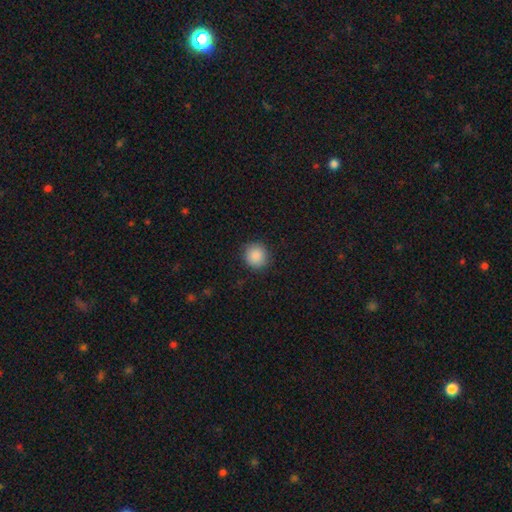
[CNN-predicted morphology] smooth_or_featured: smooth (p=0.89) [alt: star or artifact p=0.08]
how_rounded: round (p=0.91) [alt: in between p=0.08]
merging: none (p=0.89) [alt: minor disturbance p=0.07]